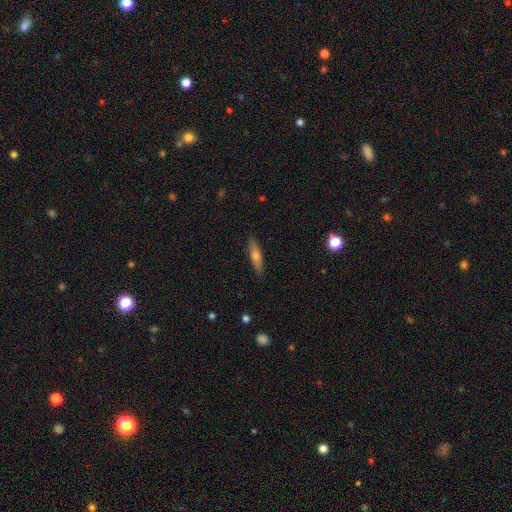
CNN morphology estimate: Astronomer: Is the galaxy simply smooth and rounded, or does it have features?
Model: smooth — 58% (runner-up: featured or disk, 35%).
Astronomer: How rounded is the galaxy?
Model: cigar-shaped — 75%.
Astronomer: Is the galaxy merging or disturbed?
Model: none — 89%.